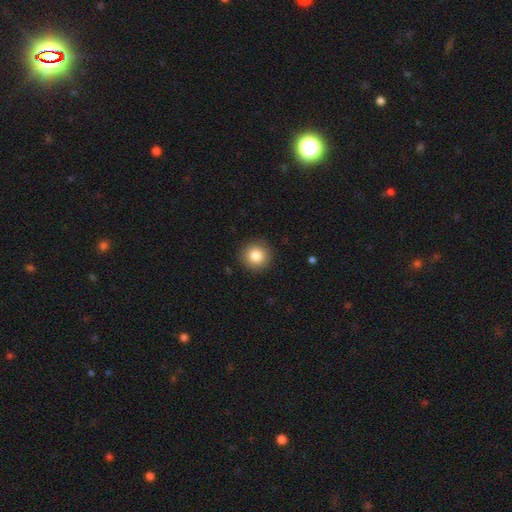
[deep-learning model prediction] Overall: smooth (83%). How rounded: round (94%). Merging: none (91%).